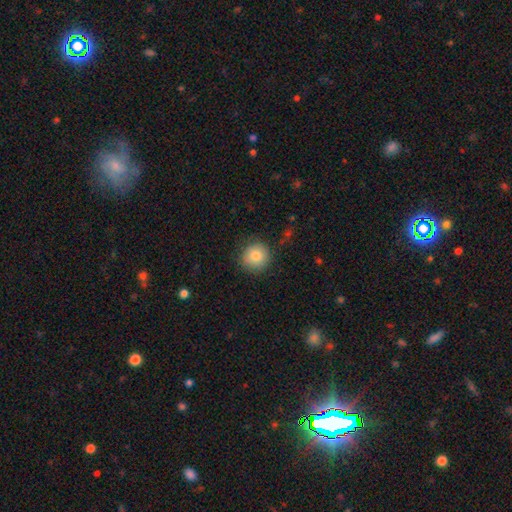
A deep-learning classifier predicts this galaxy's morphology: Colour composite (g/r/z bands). It shows a smooth galaxy with no disk features (81%) that is round (93%). Merging: none (85%).